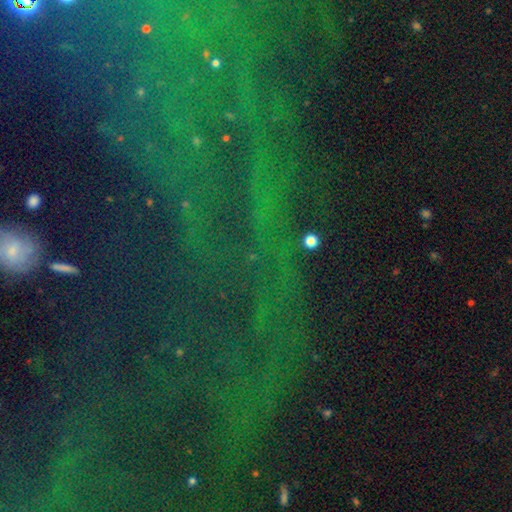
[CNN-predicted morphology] Q: Smooth or featured?
A: star or artifact (81%); runner-up: featured or disk (10%)